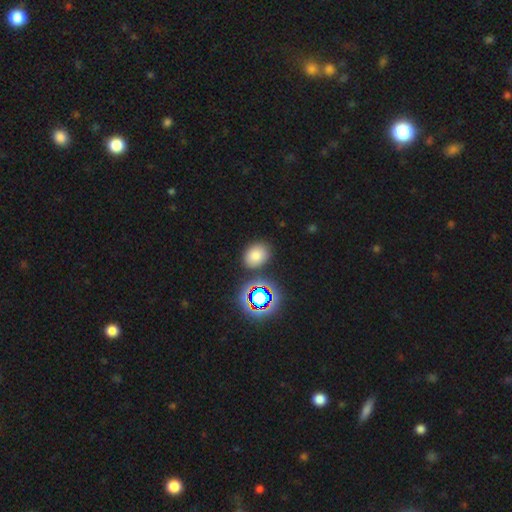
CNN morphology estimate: A smooth galaxy with no disk features (75%) that is in between round and cigar-shaped (62%).

Vote fractions:
- Smooth or featured? smooth: 75% / star or artifact: 18% / featured or disk: 7%
- How rounded? in between: 62% / round: 37% / cigar-shaped: 1%
- Merging? none: 81% / minor disturbance: 11% / merger: 5% / major disturbance: 3%